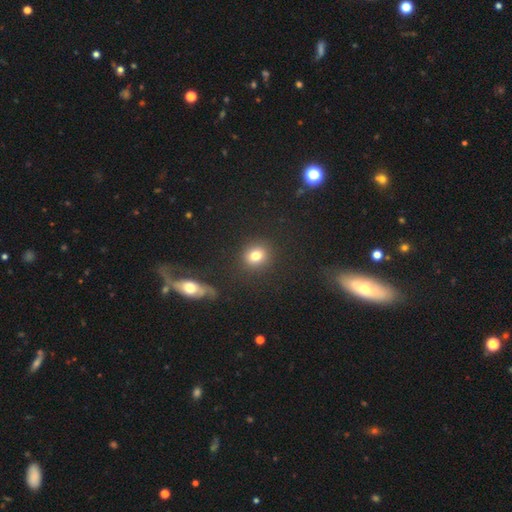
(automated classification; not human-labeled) smooth-or-featured: smooth: 78% | star or artifact: 13% | featured or disk: 9%
  how-rounded: round: 82% | in between: 17% | cigar-shaped: 1%
  merging: none: 86% | minor disturbance: 8% | major disturbance: 4% | merger: 3%